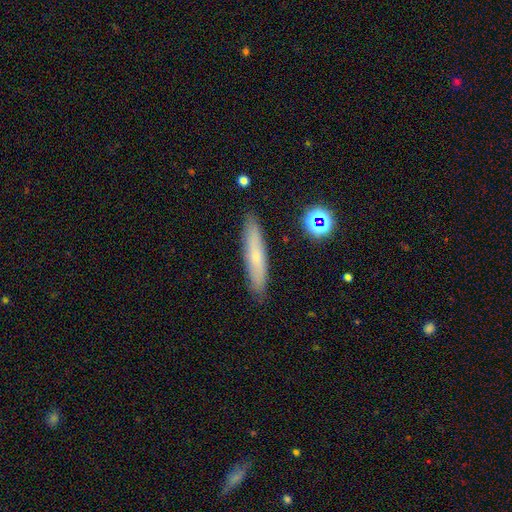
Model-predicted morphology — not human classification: A smooth galaxy with no disk features (60%) that is cigar-shaped (87%). Merging: none (88%).